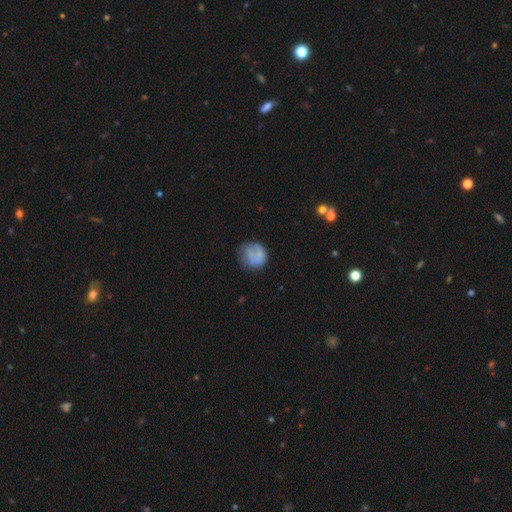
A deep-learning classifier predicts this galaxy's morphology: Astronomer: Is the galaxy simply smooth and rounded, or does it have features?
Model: smooth — 69%.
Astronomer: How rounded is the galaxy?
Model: round — 84%.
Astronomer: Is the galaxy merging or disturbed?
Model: none — 59%.